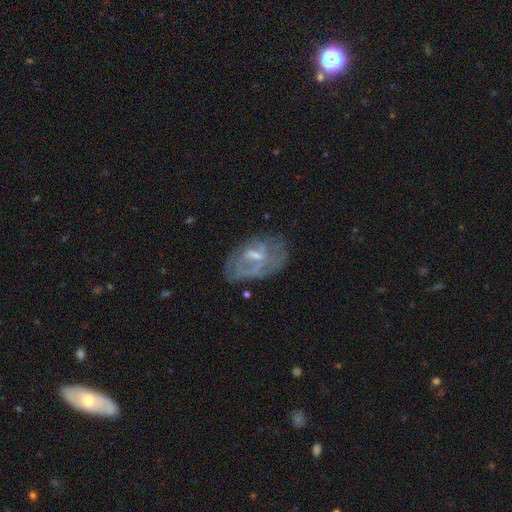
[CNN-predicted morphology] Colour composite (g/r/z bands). It shows a featured or disk galaxy (67%) with a weak bar (50%), spiral arms (53%) and a small central bulge (41%). Merging: none (53%).